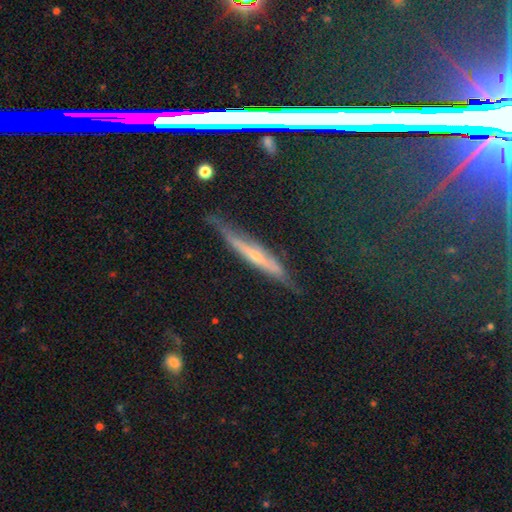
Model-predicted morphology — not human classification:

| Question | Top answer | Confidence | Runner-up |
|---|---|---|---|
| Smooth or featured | featured or disk | 63% | smooth (23%) |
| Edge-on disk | yes | 86% | no (14%) |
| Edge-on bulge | rounded | 56% | none (37%) |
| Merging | none | 73% | minor disturbance (21%) |